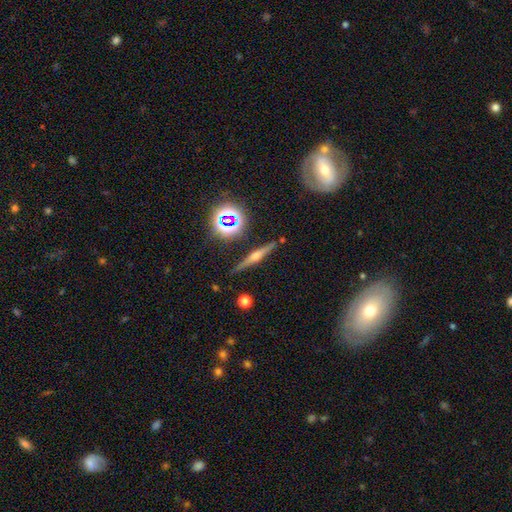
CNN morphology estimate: type=featured or disk (68%); edge-on=yes (97%); edge-on bulge=rounded (84%); merging=none (88%).